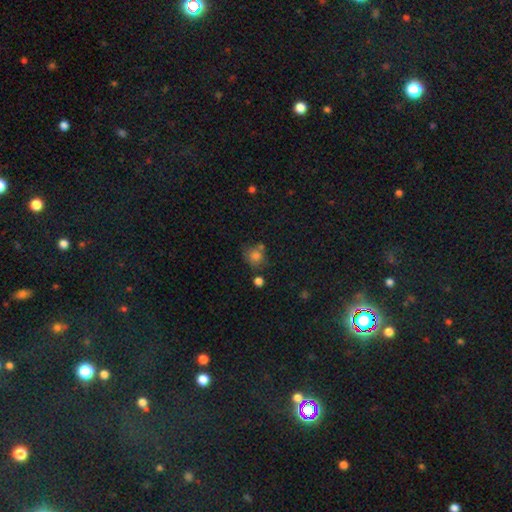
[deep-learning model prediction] Overall: smooth (78%). How rounded: round (77%). Merging: none (60%).